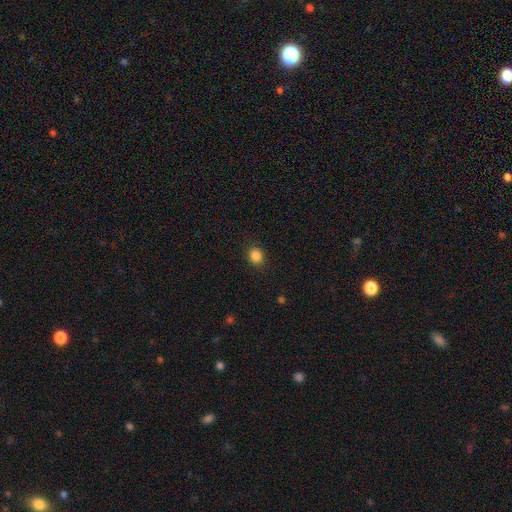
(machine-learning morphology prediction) type=smooth (85%); roundness=round (66%); merging=none (88%).